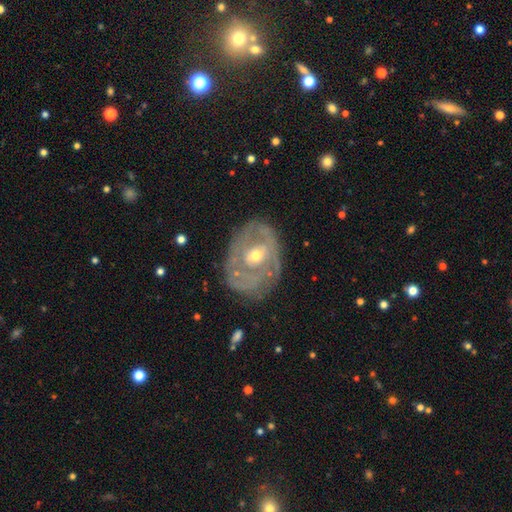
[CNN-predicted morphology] type=featured or disk (76%); edge-on=no (95%); bar=no (70%); spiral arms=yes (58%); bulge=moderate (60%); merging=none (65%).